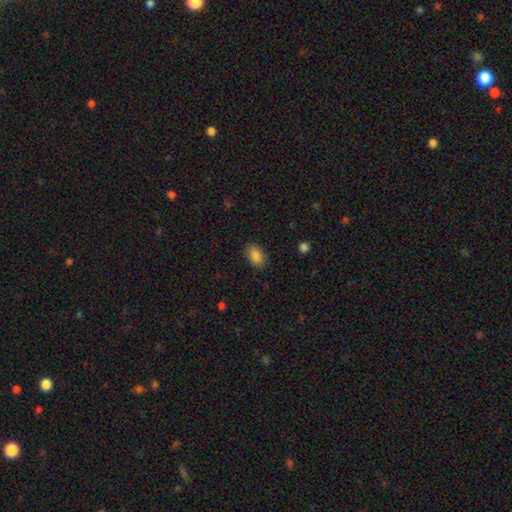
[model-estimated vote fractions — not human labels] Smooth or featured?
  - smooth: 87% *
  - star or artifact: 8%
  - featured or disk: 6%
How rounded?
  - in between: 90% *
  - round: 8%
  - cigar-shaped: 2%
Merging?
  - none: 85% *
  - minor disturbance: 11%
  - major disturbance: 3%
  - merger: 1%